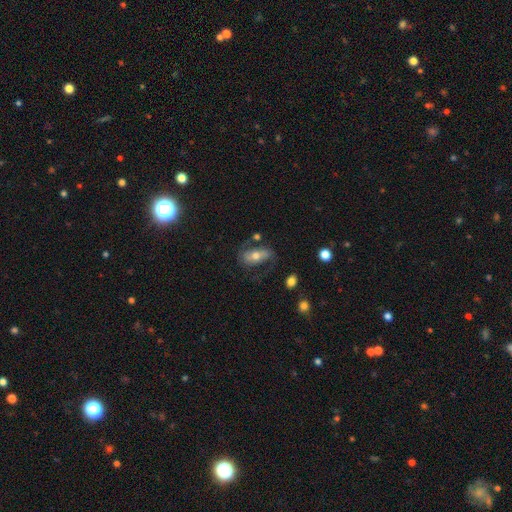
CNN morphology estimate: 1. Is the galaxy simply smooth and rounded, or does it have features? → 56% featured or disk, 35% smooth, 8% star or artifact.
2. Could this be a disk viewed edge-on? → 90% no, 10% yes.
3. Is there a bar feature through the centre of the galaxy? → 37% no, 35% strong, 29% weak.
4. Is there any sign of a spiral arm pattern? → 75% yes, 25% no.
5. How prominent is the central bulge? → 64% moderate, 26% small, 7% large, 2% none, 2% dominant.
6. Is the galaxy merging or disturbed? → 58% none, 20% minor disturbance, 18% major disturbance, 5% merger.